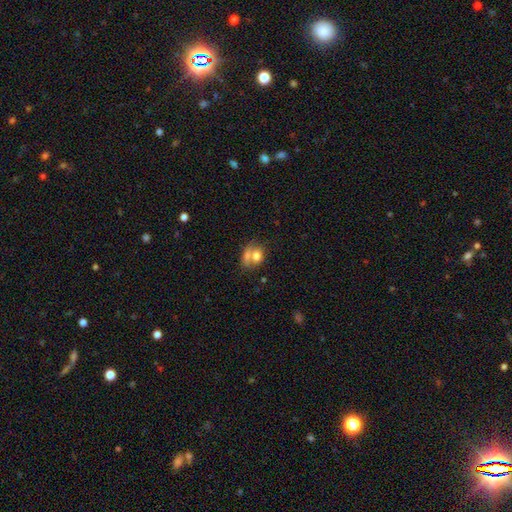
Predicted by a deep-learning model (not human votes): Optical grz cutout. It shows a smooth galaxy with no disk features (72%) that is in between round and cigar-shaped (57%). Merging: merger (54%).